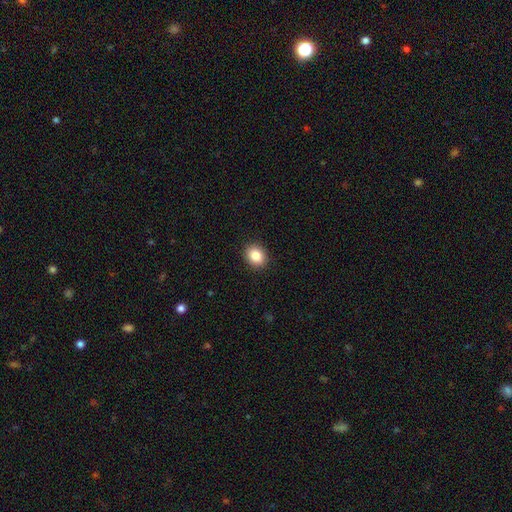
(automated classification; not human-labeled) Morphology: type=smooth (86%); roundness=round (60%); merging=none (90%).